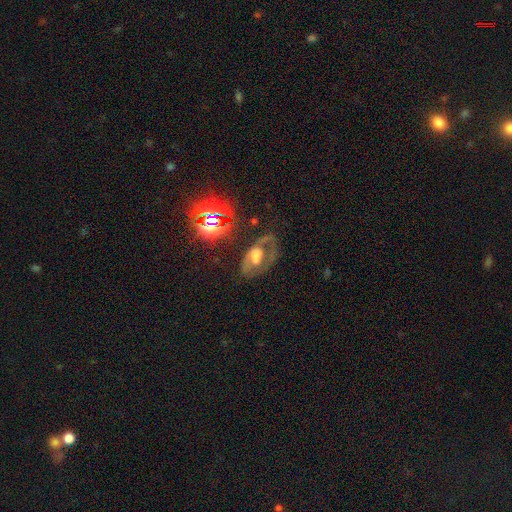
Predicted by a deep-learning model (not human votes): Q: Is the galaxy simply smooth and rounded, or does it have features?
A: featured or disk — 61%.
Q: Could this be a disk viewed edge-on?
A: no — 93%.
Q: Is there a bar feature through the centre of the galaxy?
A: no — 52%.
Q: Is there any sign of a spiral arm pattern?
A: yes — 58%.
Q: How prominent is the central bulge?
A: large — 39%.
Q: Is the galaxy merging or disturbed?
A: none — 51%.